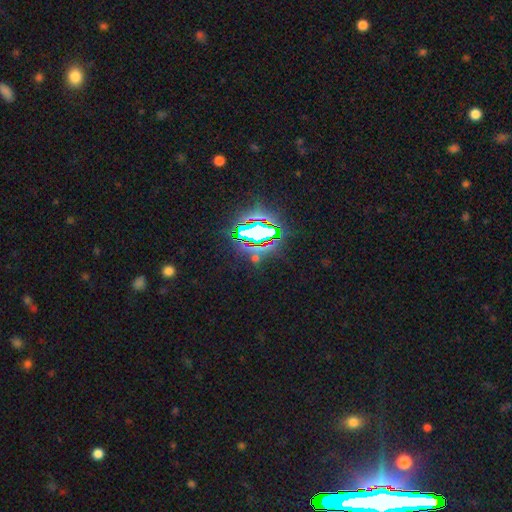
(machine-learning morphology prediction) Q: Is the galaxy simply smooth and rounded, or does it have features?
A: star or artifact — 77%.